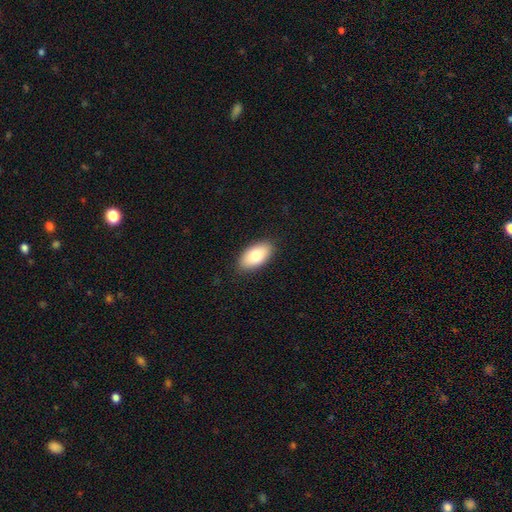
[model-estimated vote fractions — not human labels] Smooth or featured? smooth (79%)
How rounded? in between (94%)
Merging? none (88%)